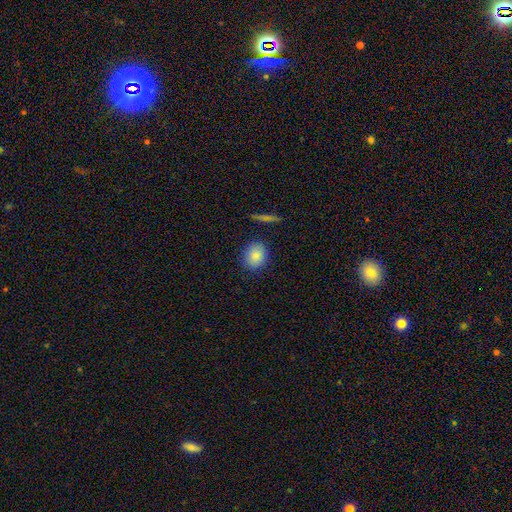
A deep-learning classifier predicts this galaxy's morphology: The model was most divided on "how rounded": round: 71%, in between: 28%, cigar-shaped: 1%. More confident: merging — none (86%); smooth or featured — smooth (85%).